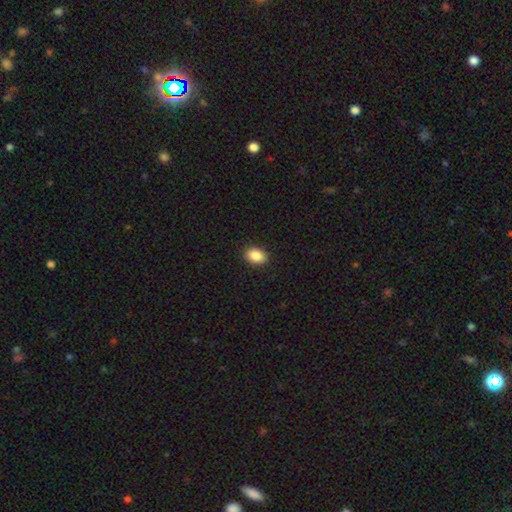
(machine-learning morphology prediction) Overall: smooth (88%). How rounded: in between (77%). Merging: none (90%).